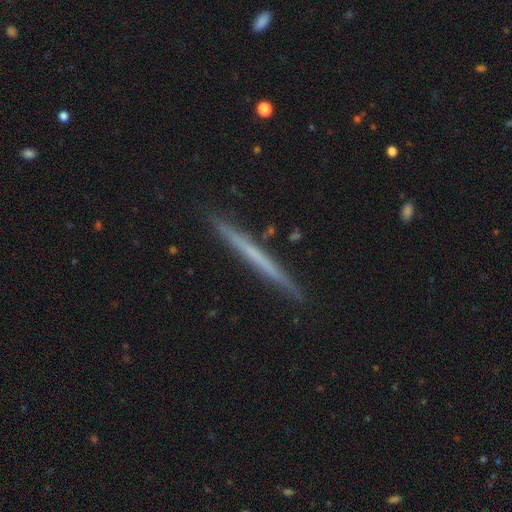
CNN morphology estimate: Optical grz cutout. It shows a featured or disk galaxy (51%) viewed edge-on (97%) with no central bulge (93%). Merging: none (91%).